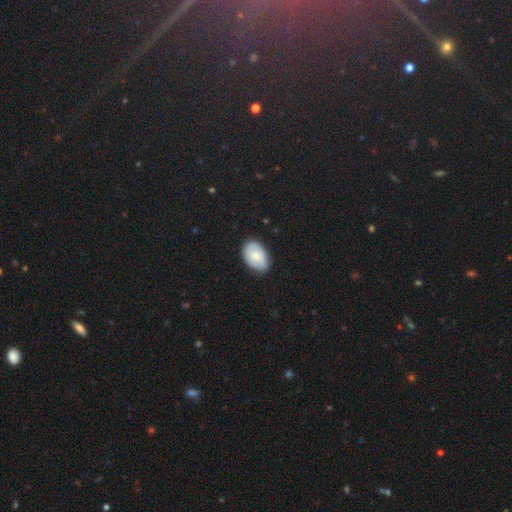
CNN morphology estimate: The model was most divided on "smooth or featured": smooth: 69%, featured or disk: 25%, star or artifact: 6%. More confident: how rounded — in between (88%); merging — none (80%).